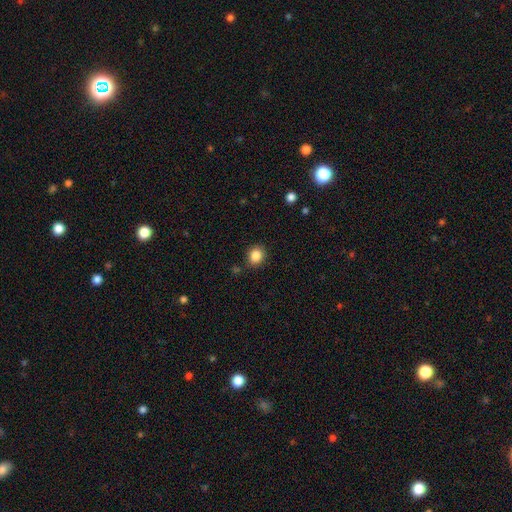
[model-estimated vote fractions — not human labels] Overall: smooth (86%). How rounded: round (65%; in between 34%). Merging: none (85%).